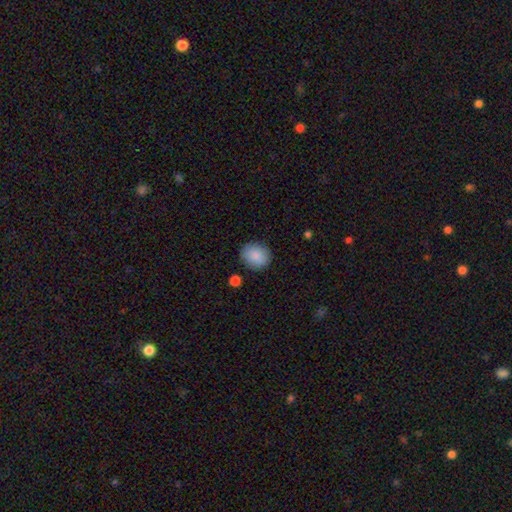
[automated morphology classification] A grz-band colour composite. It shows a smooth galaxy with no disk features (87%) that is round (70%). Merging: none (84%).